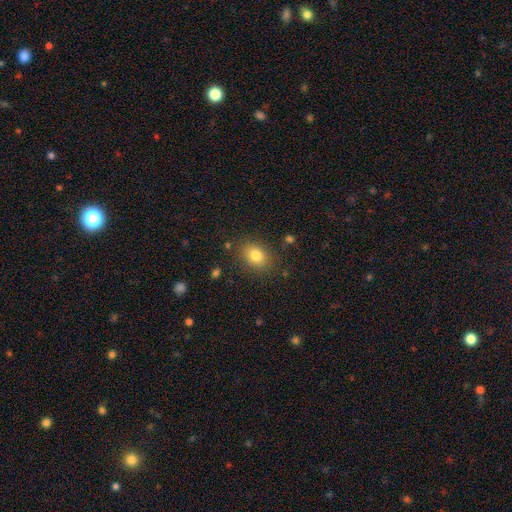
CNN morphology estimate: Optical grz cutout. It shows a smooth galaxy with no disk features (82%) that is in between round and cigar-shaped (69%). Merging: none (84%).